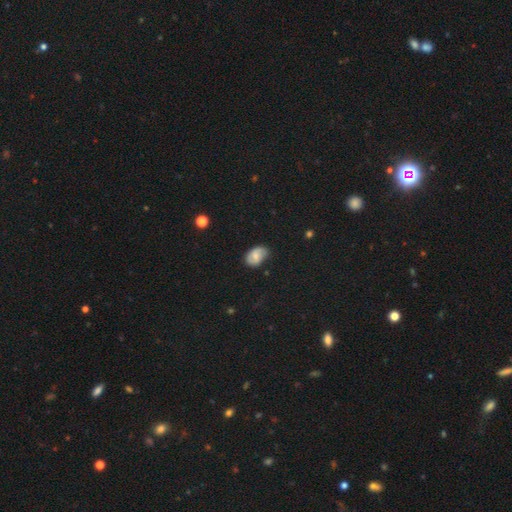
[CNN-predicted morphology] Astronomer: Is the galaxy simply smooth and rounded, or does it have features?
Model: smooth — 63%.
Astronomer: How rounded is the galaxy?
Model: in between — 85%.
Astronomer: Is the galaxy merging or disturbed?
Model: none — 64%.